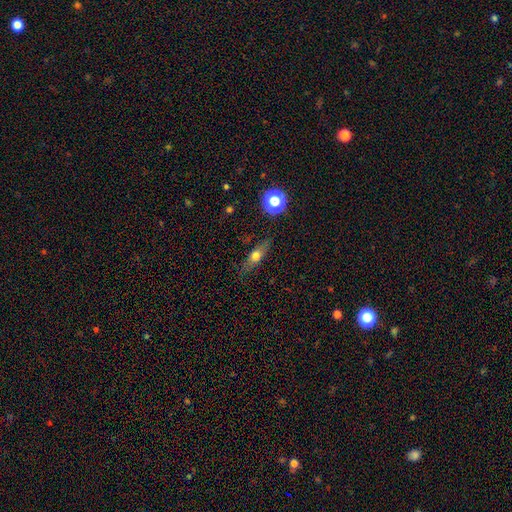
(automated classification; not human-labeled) A smooth galaxy with no disk features (57%) that is in between round and cigar-shaped (45%).

Vote fractions:
- Smooth or featured? smooth: 57% / featured or disk: 33% / star or artifact: 11%
- How rounded? in between: 45% / cigar-shaped: 43% / round: 13%
- Merging? none: 80% / minor disturbance: 14% / major disturbance: 4% / merger: 2%